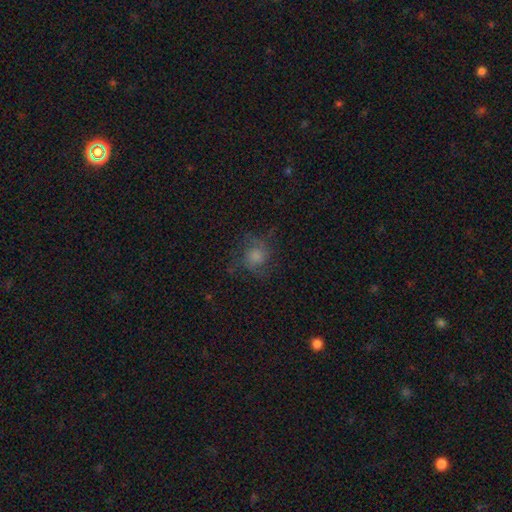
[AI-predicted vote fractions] Smooth or featured: featured or disk — 44% (smooth — 38%)
Merging: none — 66% (minor disturbance — 17%)